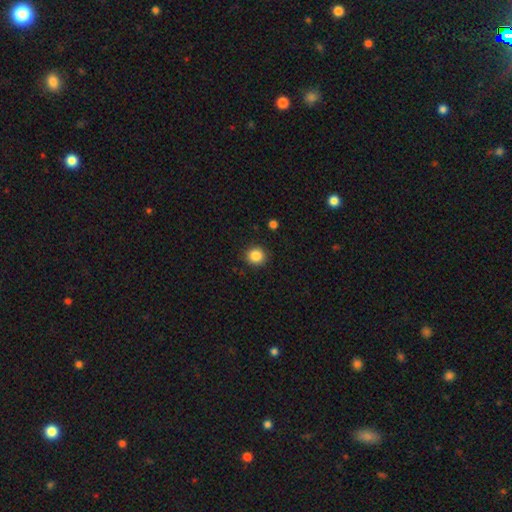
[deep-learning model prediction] A smooth galaxy with no disk features (86%) that is round (90%).

Vote fractions:
- Smooth or featured? smooth: 86% / star or artifact: 10% / featured or disk: 4%
- How rounded? round: 90% / in between: 9% / cigar-shaped: 1%
- Merging? none: 91% / minor disturbance: 6% / major disturbance: 2% / merger: 1%